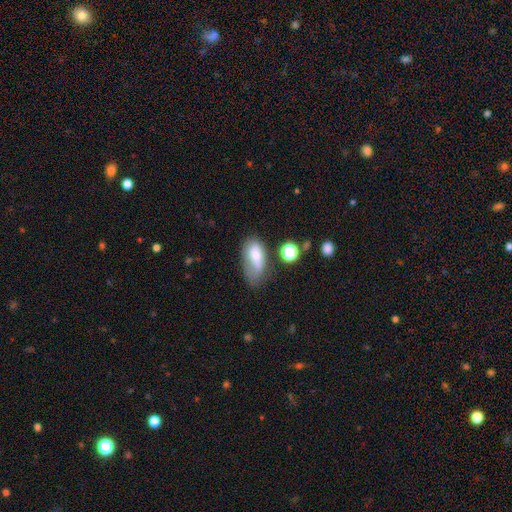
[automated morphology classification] Smooth or featured: smooth — 69% (featured or disk — 21%)
How rounded: in between — 87% (cigar-shaped — 8%)
Merging: minor disturbance — 33% (none — 32%)